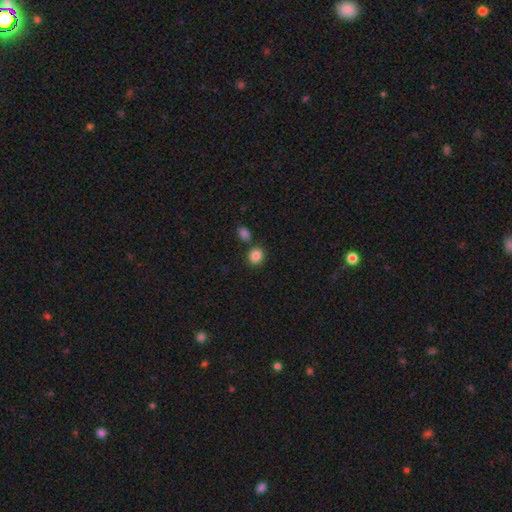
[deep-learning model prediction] This appears to be a smooth galaxy with no disk features (86%) that is round (73%). Merging: none (73%).